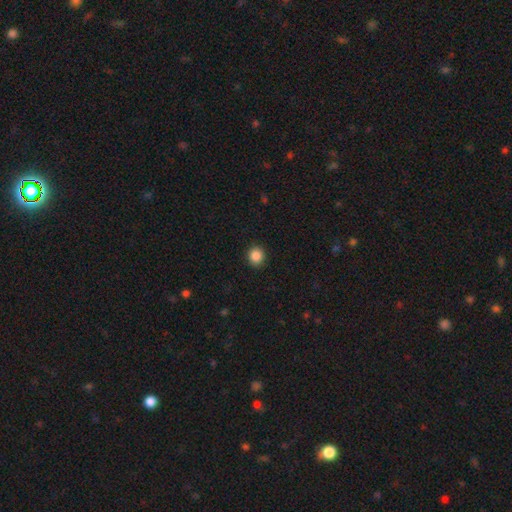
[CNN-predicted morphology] This is clearly a smooth galaxy (88%). How rounded: clearly round (84%). Merging: clearly none (91%).